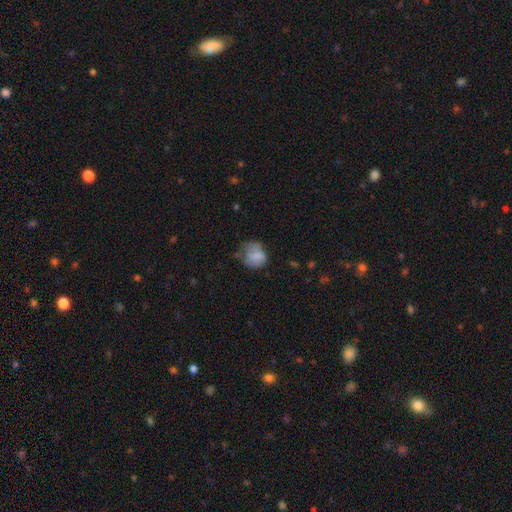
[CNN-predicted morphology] Smooth or featured?
  - smooth: 75% *
  - featured or disk: 16%
  - star or artifact: 9%
How rounded?
  - round: 65% *
  - in between: 34%
  - cigar-shaped: 1%
Merging?
  - none: 39% *
  - minor disturbance: 36%
  - major disturbance: 22%
  - merger: 3%